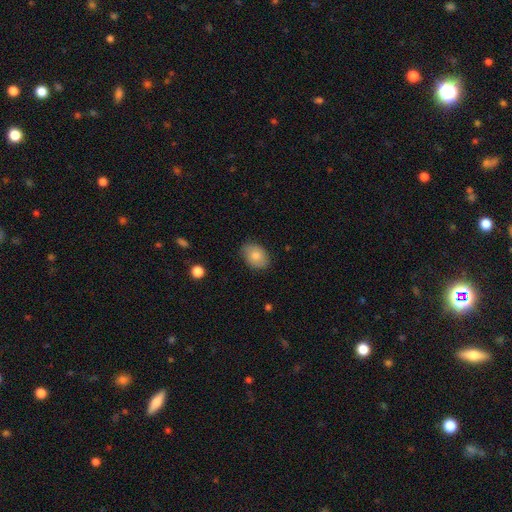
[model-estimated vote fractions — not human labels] Smooth or featured?
  - smooth: 82% *
  - featured or disk: 11%
  - star or artifact: 7%
How rounded?
  - in between: 78% *
  - round: 21%
  - cigar-shaped: 1%
Merging?
  - none: 83% *
  - minor disturbance: 13%
  - major disturbance: 3%
  - merger: 1%